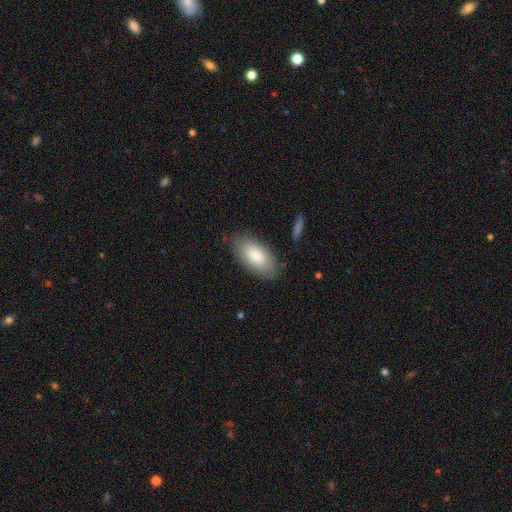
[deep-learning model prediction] This is clearly a smooth galaxy (84%). How rounded: clearly in between (93%). Merging: clearly none (83%).